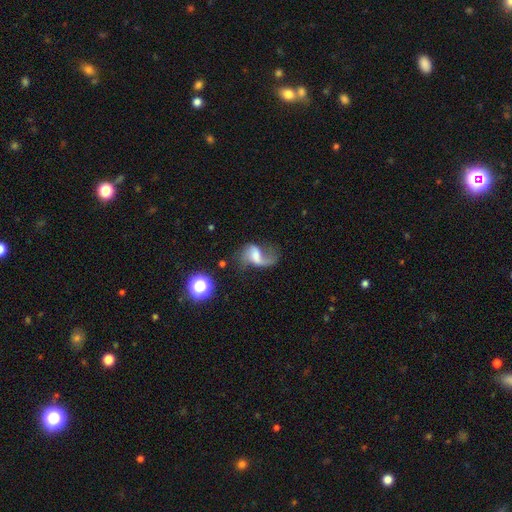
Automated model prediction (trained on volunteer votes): Smooth or featured: featured or disk — 71% (smooth — 18%)
Edge-on disk: no — 97% (yes — 3%)
Bar: weak — 48% (no — 34%)
Spiral arms: yes — 89% (no — 11%)
Spiral winding: loose — 79% (medium — 18%)
Spiral arm count: 2 — 61% (1 — 32%)
Bulge size: moderate — 34% (small — 30%)
Merging: major disturbance — 38% (none — 36%)